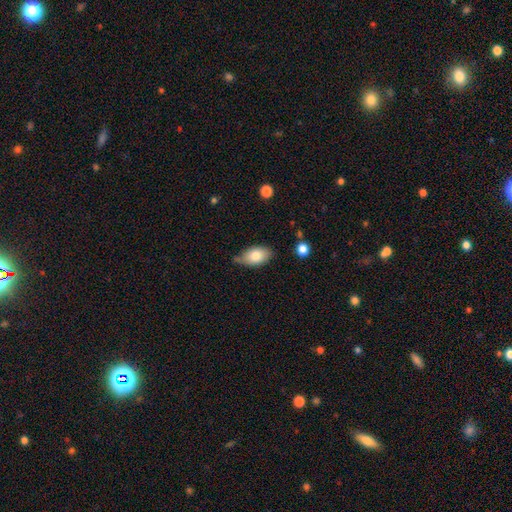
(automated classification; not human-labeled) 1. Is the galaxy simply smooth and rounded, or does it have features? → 79% smooth, 14% featured or disk, 7% star or artifact.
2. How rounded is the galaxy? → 92% in between, 5% round, 3% cigar-shaped.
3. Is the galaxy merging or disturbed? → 65% none, 27% minor disturbance, 5% major disturbance, 4% merger.